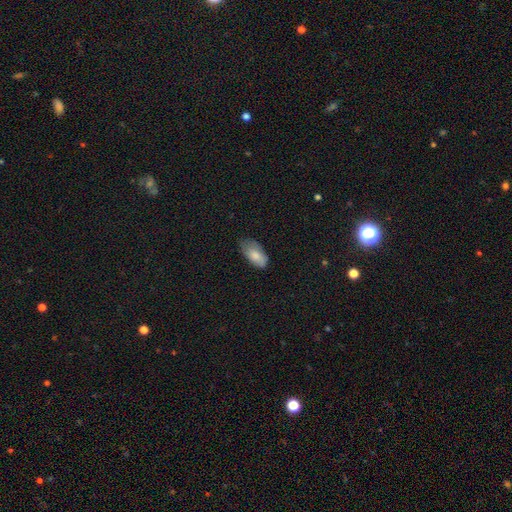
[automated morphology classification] Smooth or featured?
  - smooth: 80% *
  - featured or disk: 13%
  - star or artifact: 7%
How rounded?
  - in between: 94% *
  - cigar-shaped: 3%
  - round: 3%
Merging?
  - none: 52% *
  - minor disturbance: 38%
  - major disturbance: 8%
  - merger: 2%